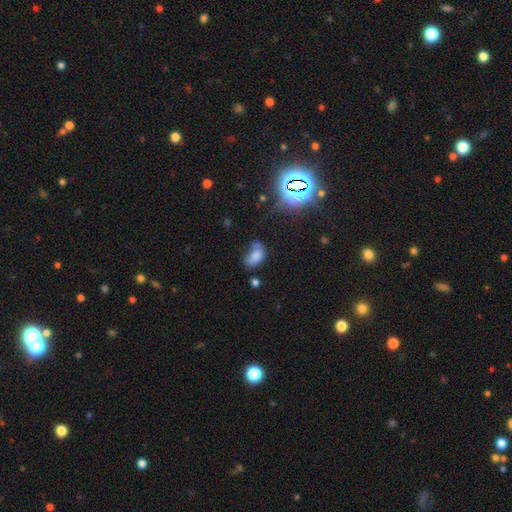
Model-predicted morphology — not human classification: The model was most divided on "merging": none: 33%, minor disturbance: 28%, major disturbance: 20%, merger: 19%. More confident: how rounded — in between (87%); smooth or featured — smooth (70%).